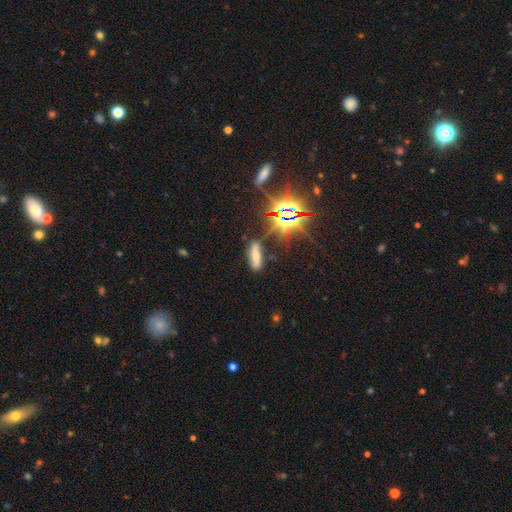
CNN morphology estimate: Overall: smooth (44%; star or artifact 32%). Merging: none (78%).